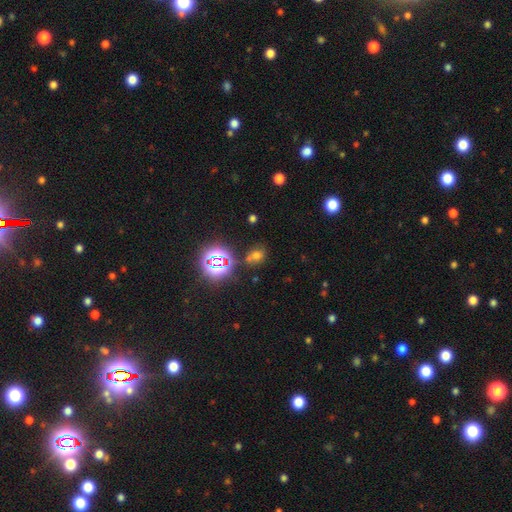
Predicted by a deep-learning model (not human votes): smooth_or_featured: smooth (p=0.51) [alt: star or artifact p=0.39]
how_rounded: in between (p=0.50) [alt: round p=0.48]
merging: none (p=0.67) [alt: minor disturbance p=0.15]